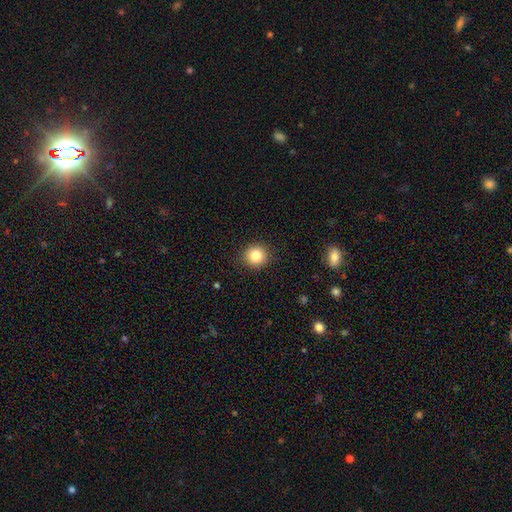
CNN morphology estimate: Smooth or featured? smooth (83%)
How rounded? round (92%)
Merging? none (91%)